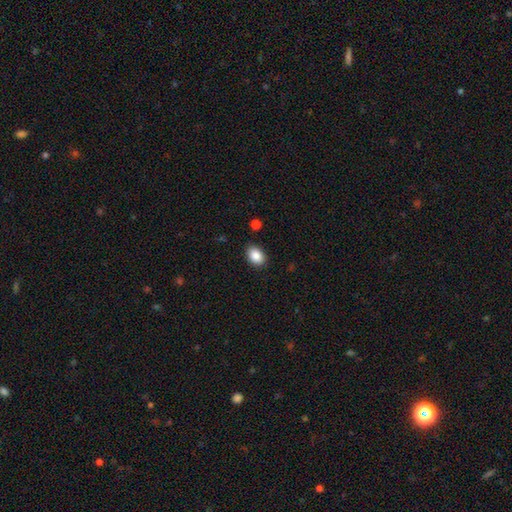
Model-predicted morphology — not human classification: type=smooth (88%); roundness=in between (81%); merging=none (87%).